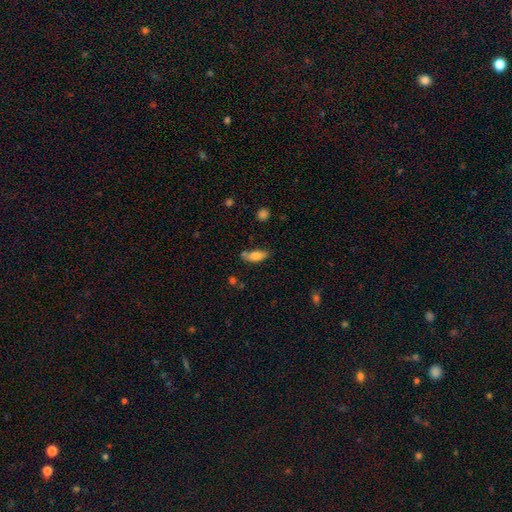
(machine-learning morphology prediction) Overall: smooth (79%). How rounded: in between (77%). Merging: none (66%).